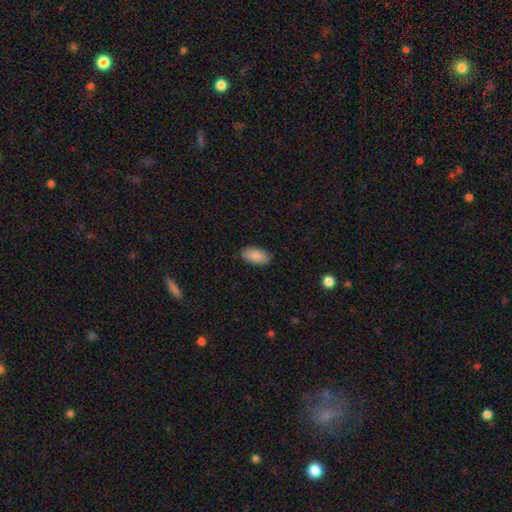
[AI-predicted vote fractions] Smooth or featured? Predicted: smooth (p=0.88). How rounded? Predicted: in between (p=0.93). Merging? Predicted: none (p=0.88).